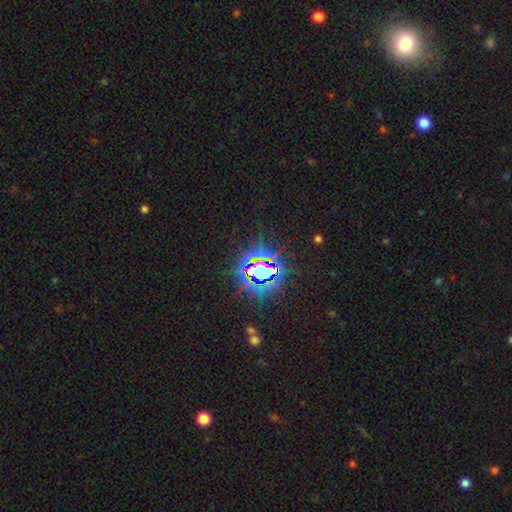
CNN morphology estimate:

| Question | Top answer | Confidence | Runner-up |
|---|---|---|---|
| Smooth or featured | star or artifact | 81% | smooth (11%) |